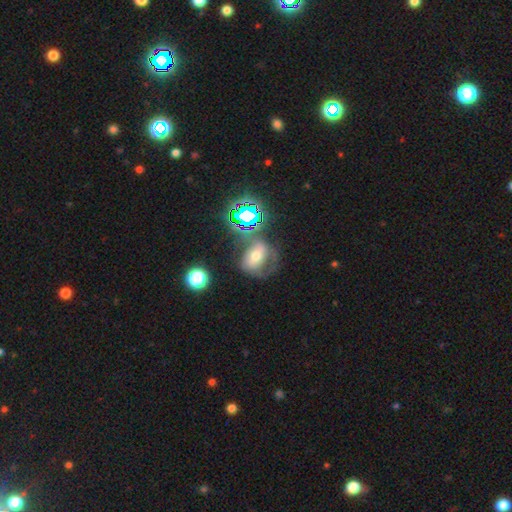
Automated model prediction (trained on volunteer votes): A featured or disk galaxy (45%). Merging: none (48%).